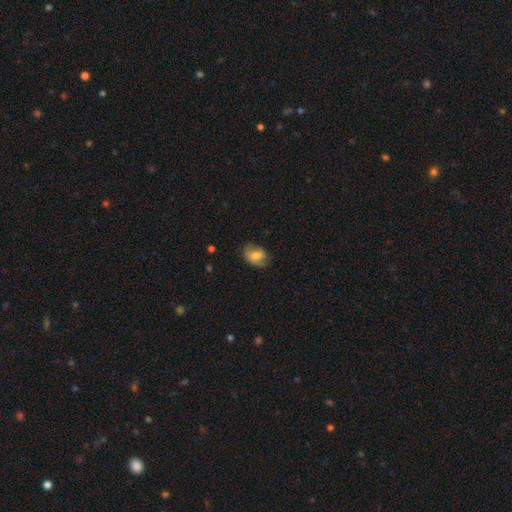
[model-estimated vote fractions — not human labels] smooth-or-featured: smooth: 63% | featured or disk: 29% | star or artifact: 8%
  how-rounded: in between: 71% | round: 28% | cigar-shaped: 1%
  merging: none: 61% | minor disturbance: 27% | major disturbance: 11% | merger: 1%